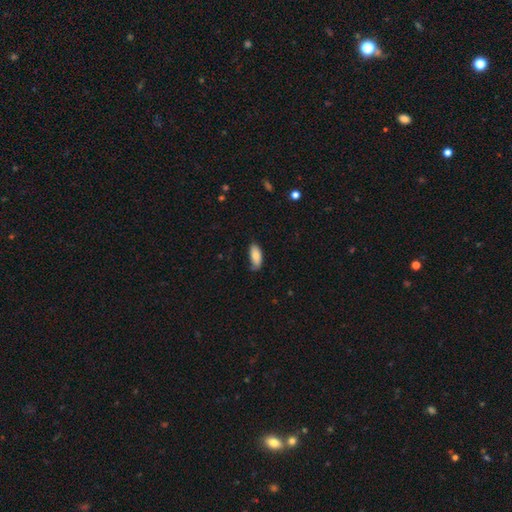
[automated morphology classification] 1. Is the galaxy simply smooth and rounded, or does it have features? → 84% smooth, 10% featured or disk, 7% star or artifact.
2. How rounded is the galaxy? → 86% in between, 12% cigar-shaped, 2% round.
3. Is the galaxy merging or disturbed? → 63% none, 29% minor disturbance, 6% major disturbance, 2% merger.